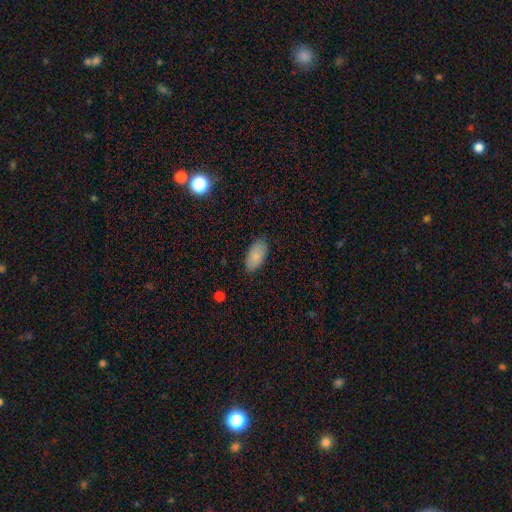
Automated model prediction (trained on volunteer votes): Q: Smooth or featured?
A: smooth (85%); runner-up: featured or disk (8%)
Q: How rounded?
A: in between (93%); runner-up: cigar-shaped (4%)
Q: Merging?
A: none (85%); runner-up: minor disturbance (12%)